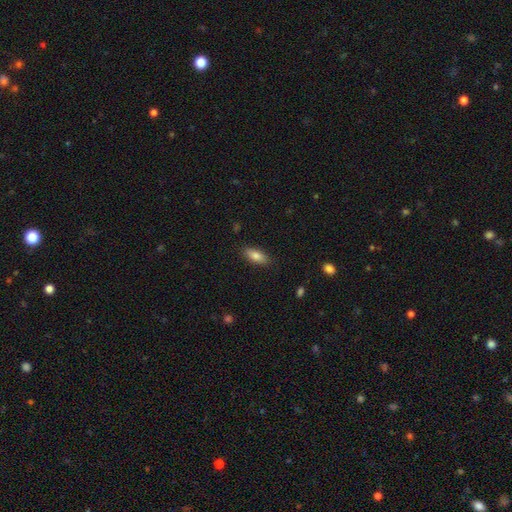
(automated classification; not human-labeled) smooth-or-featured: smooth: 83% | featured or disk: 10% | star or artifact: 7%
  how-rounded: in between: 82% | cigar-shaped: 16% | round: 3%
  merging: none: 86% | minor disturbance: 11% | major disturbance: 2% | merger: 1%